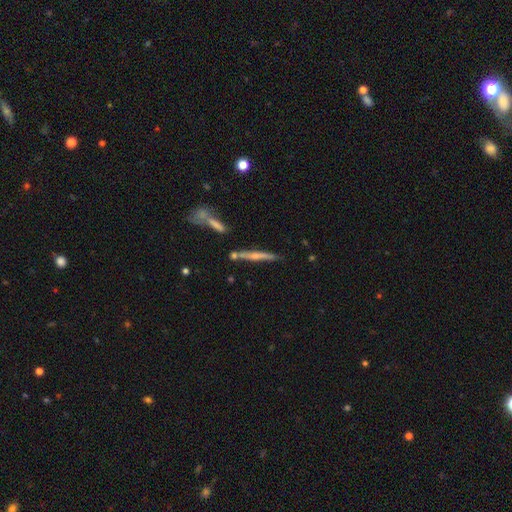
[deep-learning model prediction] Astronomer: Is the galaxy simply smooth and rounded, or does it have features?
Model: featured or disk — 58% (runner-up: smooth, 34%).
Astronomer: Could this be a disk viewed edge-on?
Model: yes — 95%.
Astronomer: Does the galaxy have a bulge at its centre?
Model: rounded — 62%.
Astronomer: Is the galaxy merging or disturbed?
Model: none — 74%.